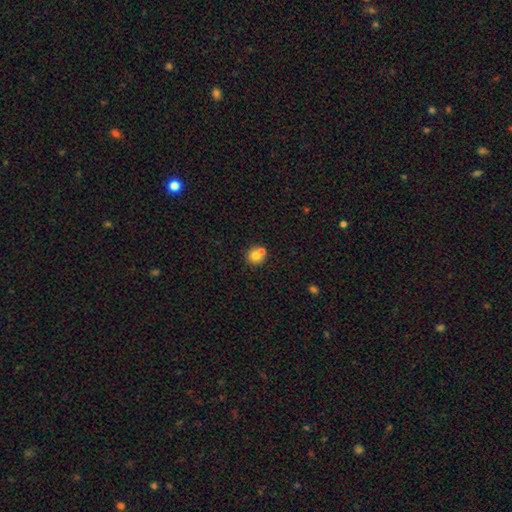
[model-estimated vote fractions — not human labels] smooth 73%, featured or disk 16%, star or artifact 11%. Down the decision tree: how rounded — round (89%); merging — none (51%).